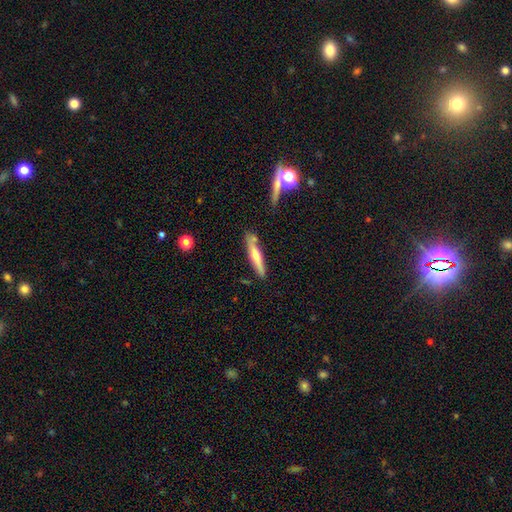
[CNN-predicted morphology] Smooth or featured? Predicted: featured or disk (p=0.47). Merging? Predicted: none (p=0.75).